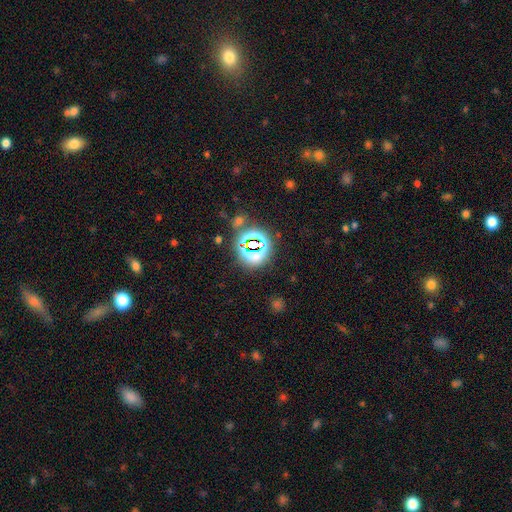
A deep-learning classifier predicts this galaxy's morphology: A star or artifact, not a galaxy (66%).